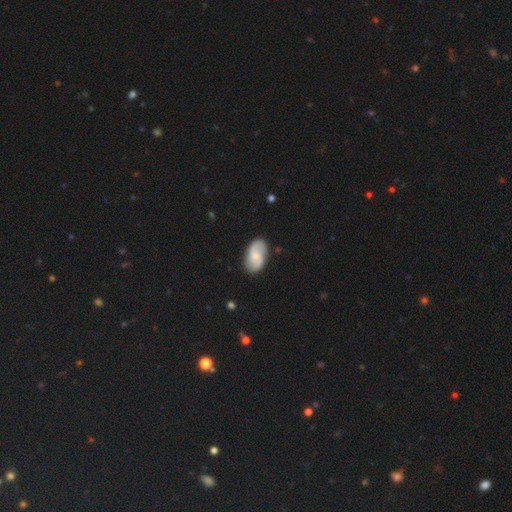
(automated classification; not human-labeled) A featured or disk galaxy (55%) with no bar (54%), spiral arms (93%) and a small central bulge (48%). Merging: none (82%).